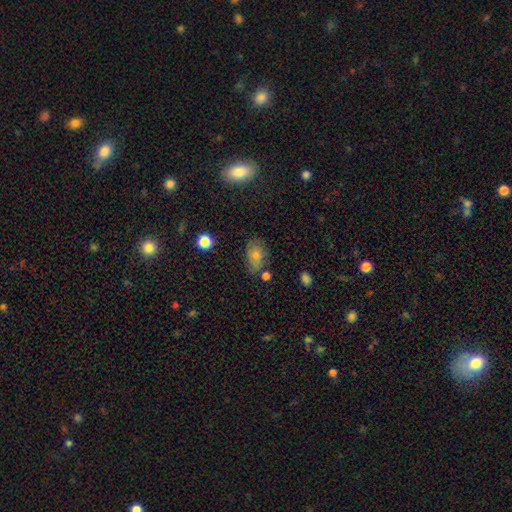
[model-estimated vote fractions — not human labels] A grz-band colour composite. It shows a smooth galaxy with no disk features (67%) that is in between round and cigar-shaped (80%). Merging: none (58%).